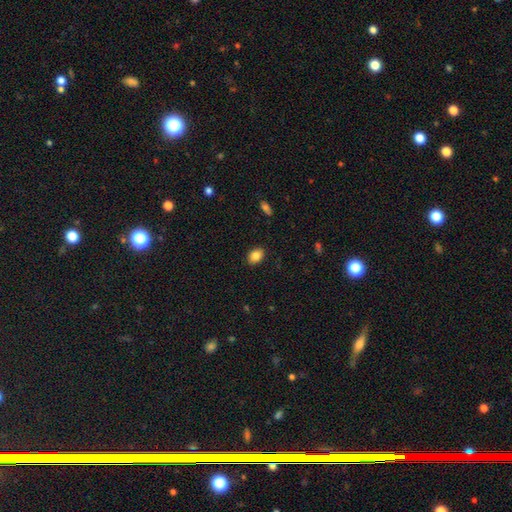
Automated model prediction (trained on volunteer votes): smooth_or_featured: smooth (p=0.85) [alt: star or artifact p=0.09]
how_rounded: in between (p=0.73) [alt: round p=0.26]
merging: none (p=0.88) [alt: minor disturbance p=0.09]